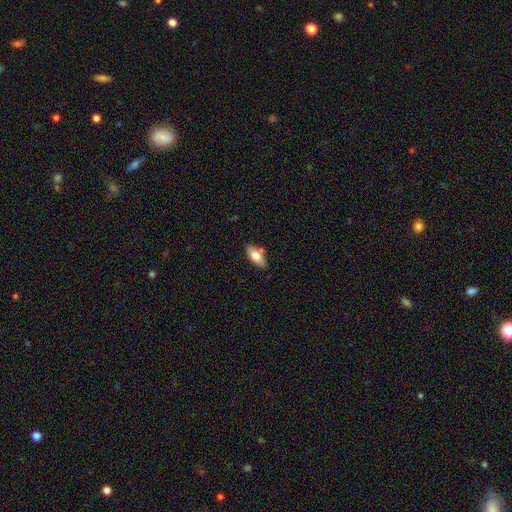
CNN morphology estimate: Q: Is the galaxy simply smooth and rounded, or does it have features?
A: smooth — 73%.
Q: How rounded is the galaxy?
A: in between — 85%.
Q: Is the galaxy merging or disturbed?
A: none — 77%.